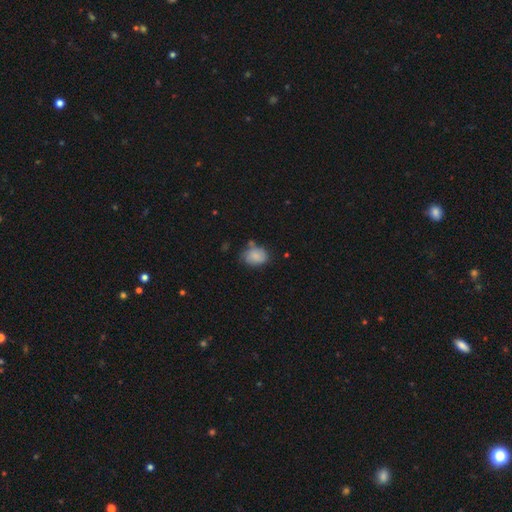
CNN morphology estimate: A smooth galaxy with no disk features (79%) that is in between round and cigar-shaped (68%).

Vote fractions:
- Smooth or featured? smooth: 79% / featured or disk: 12% / star or artifact: 8%
- How rounded? in between: 68% / round: 31% / cigar-shaped: 1%
- Merging? none: 56% / minor disturbance: 28% / merger: 9% / major disturbance: 8%